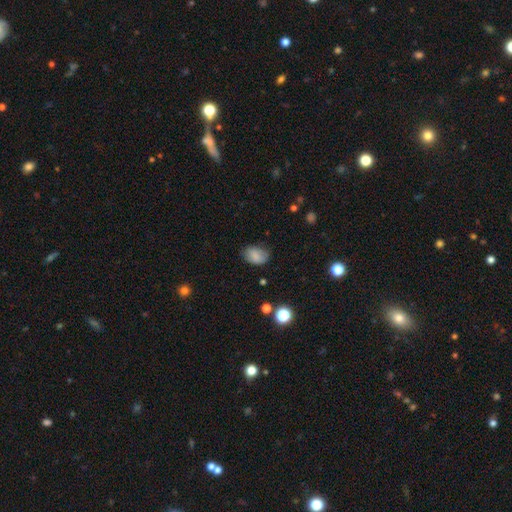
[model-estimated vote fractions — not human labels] A smooth galaxy with no disk features (82%) that is in between round and cigar-shaped (81%).

Vote fractions:
- Smooth or featured? smooth: 82% / star or artifact: 10% / featured or disk: 8%
- How rounded? in between: 81% / round: 18% / cigar-shaped: 1%
- Merging? none: 69% / minor disturbance: 24% / major disturbance: 6% / merger: 1%